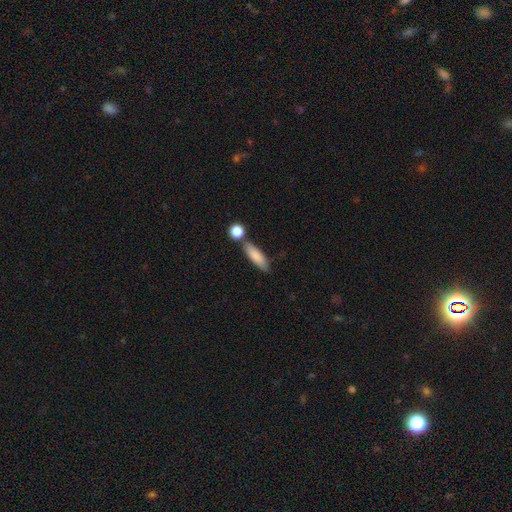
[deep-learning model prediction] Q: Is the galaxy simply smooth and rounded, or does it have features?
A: smooth — 84%.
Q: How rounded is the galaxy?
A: in between — 51%.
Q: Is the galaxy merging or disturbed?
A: none — 69%.